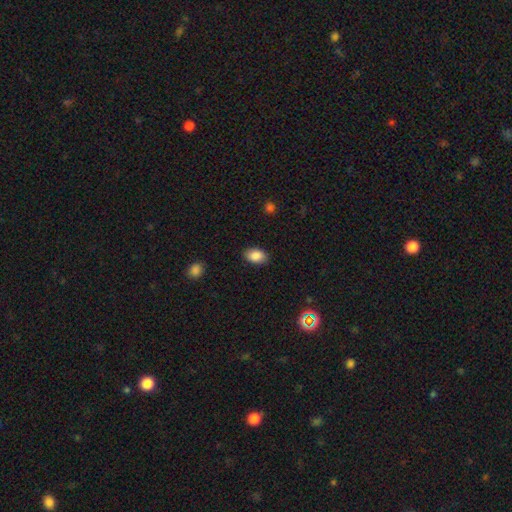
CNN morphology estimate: type=smooth (87%); roundness=in between (87%); merging=none (87%).